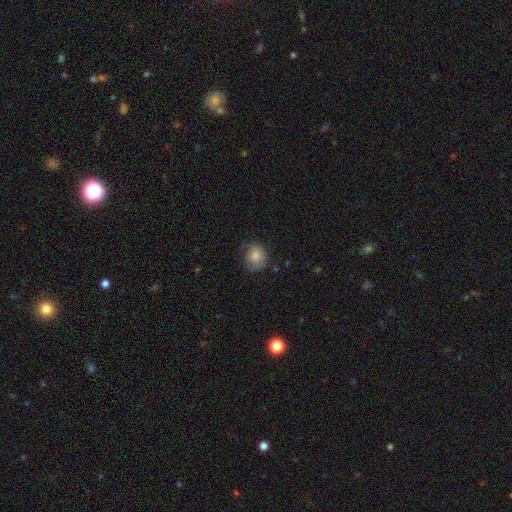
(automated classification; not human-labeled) Morphology: type=smooth (81%); roundness=round (74%); merging=none (70%).